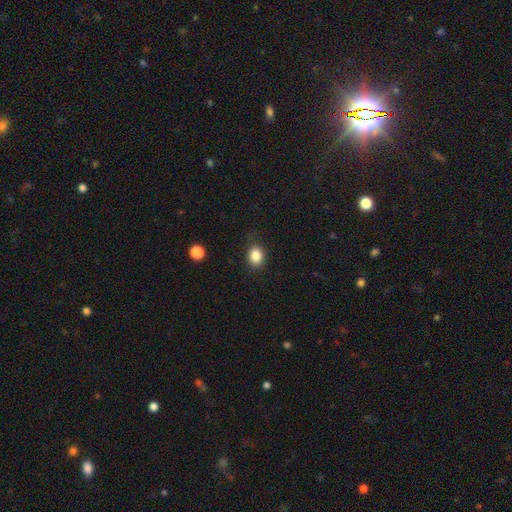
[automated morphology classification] A smooth galaxy with no disk features (85%) that is round (56%). Merging: none (82%).